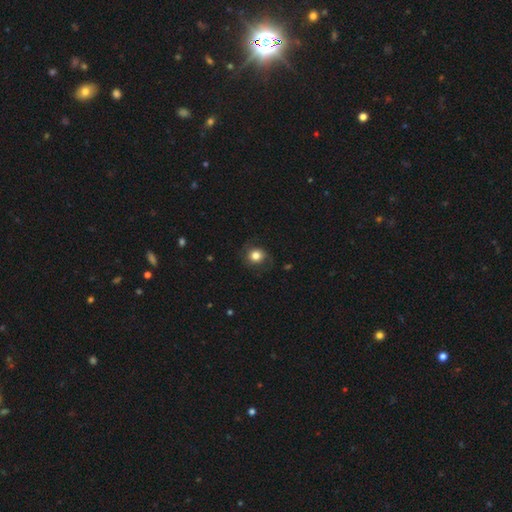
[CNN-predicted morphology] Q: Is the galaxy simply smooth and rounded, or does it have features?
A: smooth — 73%.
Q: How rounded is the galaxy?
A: round — 77%.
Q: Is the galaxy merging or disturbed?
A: none — 69%.